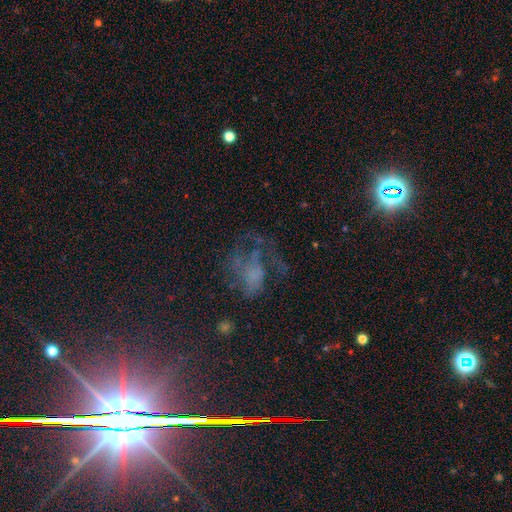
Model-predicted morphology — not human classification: smooth_or_featured: featured or disk (p=0.43) [alt: star or artifact p=0.31]
merging: major disturbance (p=0.43) [alt: none p=0.35]